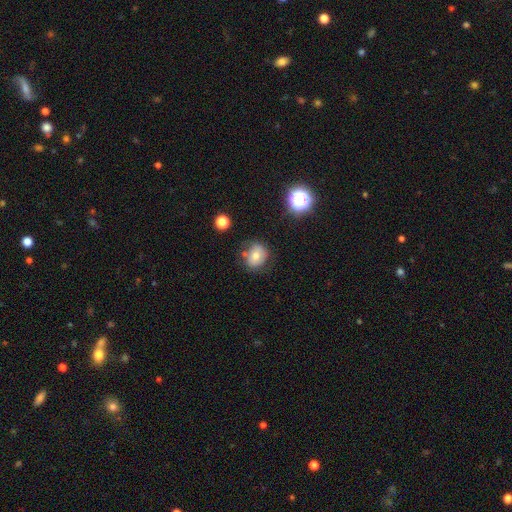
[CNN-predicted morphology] Smooth or featured? Predicted: smooth (p=0.71). How rounded? Predicted: round (p=0.64). Merging? Predicted: none (p=0.71).